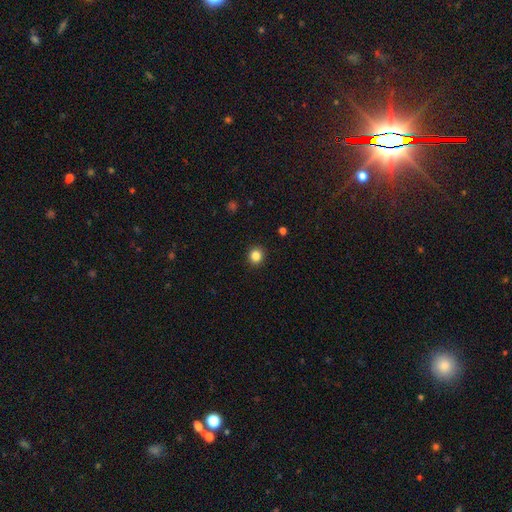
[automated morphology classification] smooth 85%, star or artifact 11%, featured or disk 4%. Down the decision tree: how rounded — round (89%); merging — none (92%).